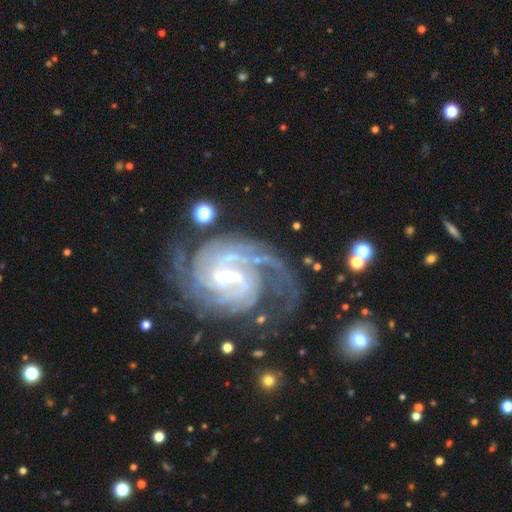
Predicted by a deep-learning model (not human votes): This appears to be a featured or disk galaxy (91%) with a weak bar (48%), 3 (24%) tight (65%) spiral arms (98%) and a small central bulge (64%). Merging: none (66%).